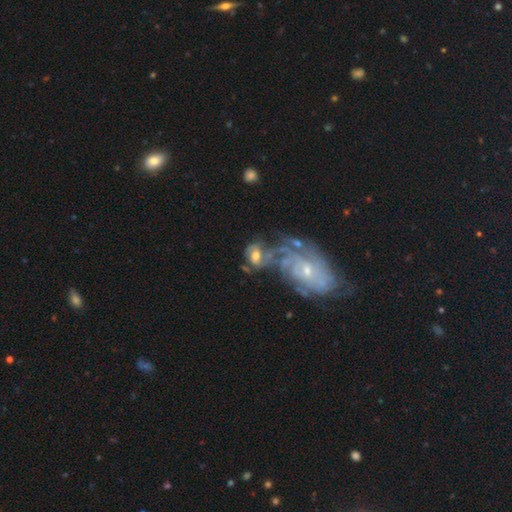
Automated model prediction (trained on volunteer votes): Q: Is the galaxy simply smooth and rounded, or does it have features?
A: featured or disk — 65%.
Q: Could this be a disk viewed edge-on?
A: no — 96%.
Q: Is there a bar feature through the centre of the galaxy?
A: no — 61%.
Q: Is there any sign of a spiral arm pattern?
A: yes — 73%.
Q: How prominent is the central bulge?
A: moderate — 49%.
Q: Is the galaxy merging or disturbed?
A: merger — 49%.